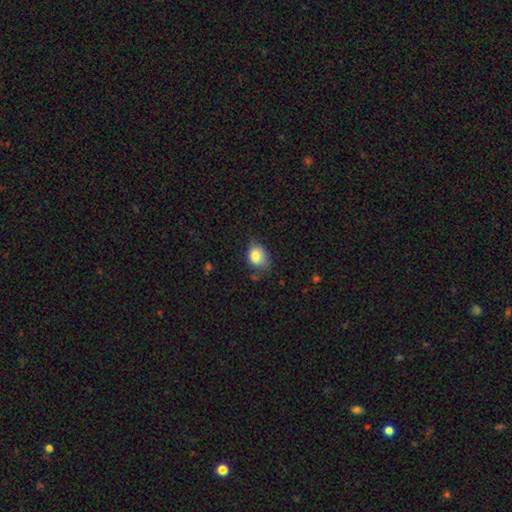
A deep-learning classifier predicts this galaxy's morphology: The model was most divided on "merging": none: 48%, minor disturbance: 36%, major disturbance: 13%, merger: 3%. More confident: smooth or featured — smooth (79%); how rounded — in between (60%).